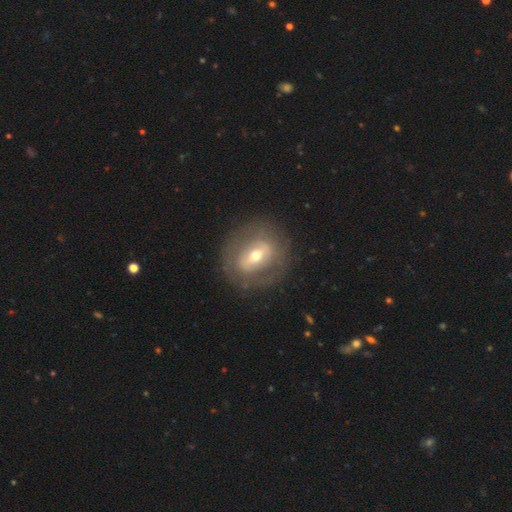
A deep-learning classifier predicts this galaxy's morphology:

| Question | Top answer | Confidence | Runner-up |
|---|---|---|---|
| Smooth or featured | featured or disk | 63% | smooth (29%) |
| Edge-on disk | no | 90% | yes (10%) |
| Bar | strong | 43% | weak (33%) |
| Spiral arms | no | 76% | yes (24%) |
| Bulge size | moderate | 57% | small (37%) |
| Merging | none | 80% | minor disturbance (12%) |